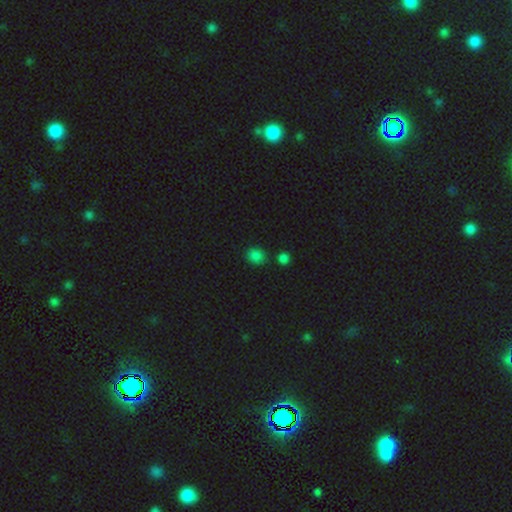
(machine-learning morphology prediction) Overall: smooth (81%). How rounded: round (68%; in between 31%). Merging: none (78%).